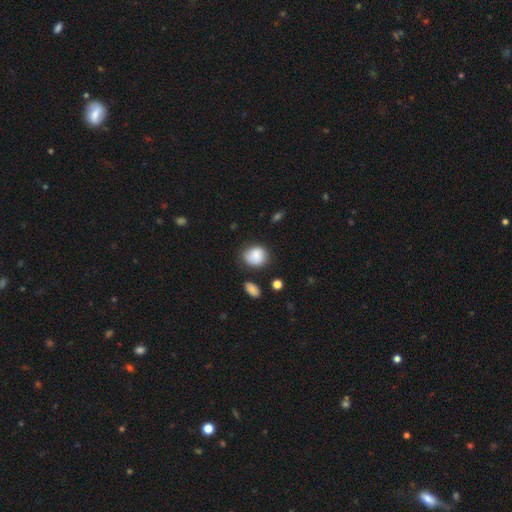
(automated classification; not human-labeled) This appears to be a smooth galaxy with no disk features (85%) that is round (62%). Merging: none (63%).